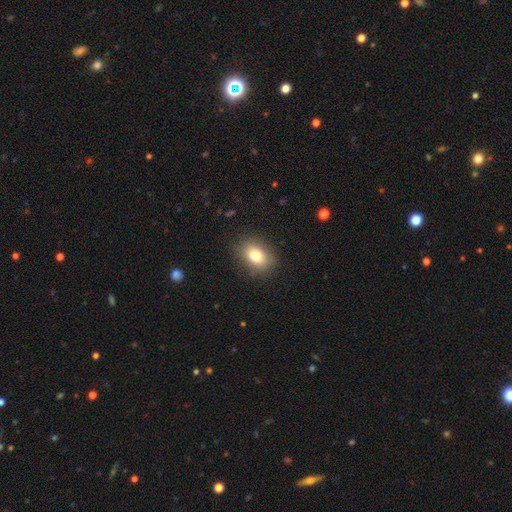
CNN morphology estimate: smooth_or_featured: smooth (p=0.78) [alt: featured or disk p=0.11]
how_rounded: in between (p=0.71) [alt: round p=0.28]
merging: none (p=0.86) [alt: minor disturbance p=0.10]